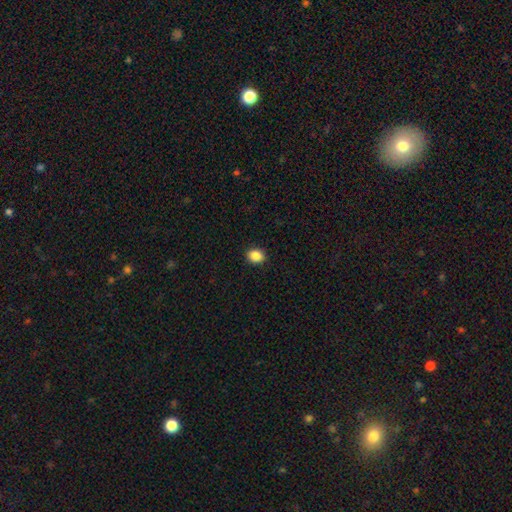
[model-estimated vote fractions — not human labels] smooth_or_featured: smooth (p=0.88) [alt: star or artifact p=0.09]
how_rounded: round (p=0.64) [alt: in between p=0.35]
merging: none (p=0.92) [alt: minor disturbance p=0.06]